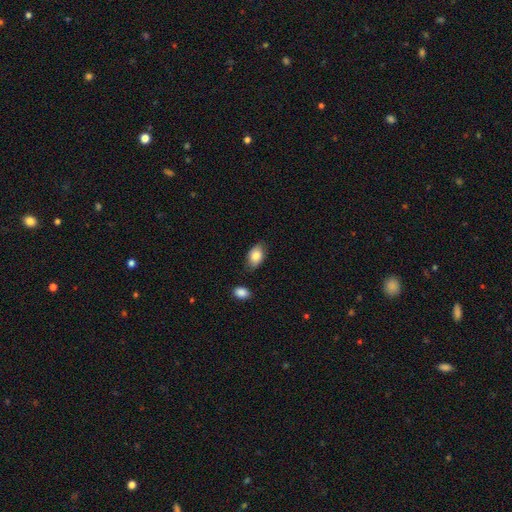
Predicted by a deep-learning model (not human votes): smooth-or-featured: smooth: 83% | featured or disk: 10% | star or artifact: 7%
  how-rounded: in between: 89% | round: 10% | cigar-shaped: 1%
  merging: none: 79% | minor disturbance: 15% | merger: 3% | major disturbance: 3%